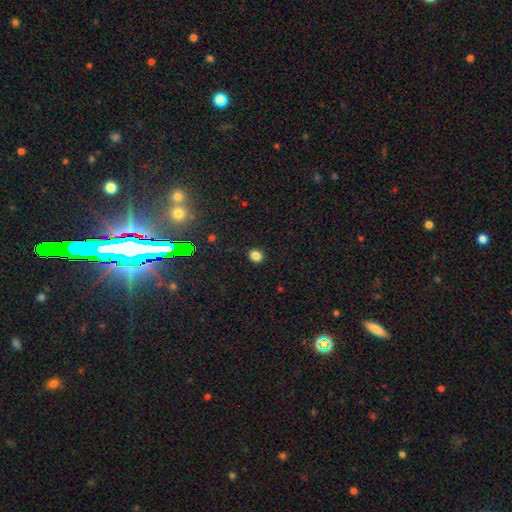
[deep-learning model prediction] Smooth or featured: smooth — 83% (star or artifact — 13%)
How rounded: round — 80% (in between — 19%)
Merging: none — 92% (minor disturbance — 6%)